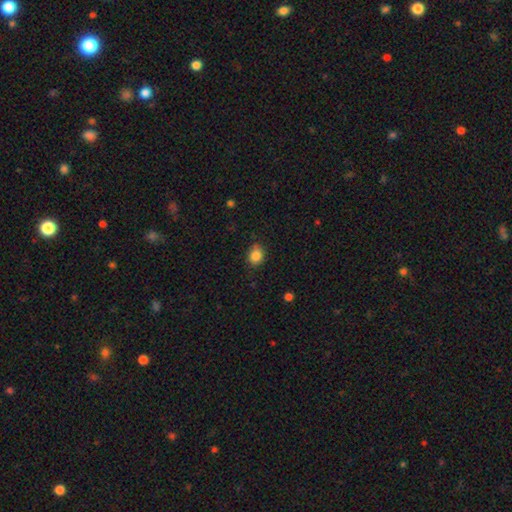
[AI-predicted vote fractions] This is clearly a smooth galaxy (85%). How rounded: likely round (65%). Merging: likely none (76%).